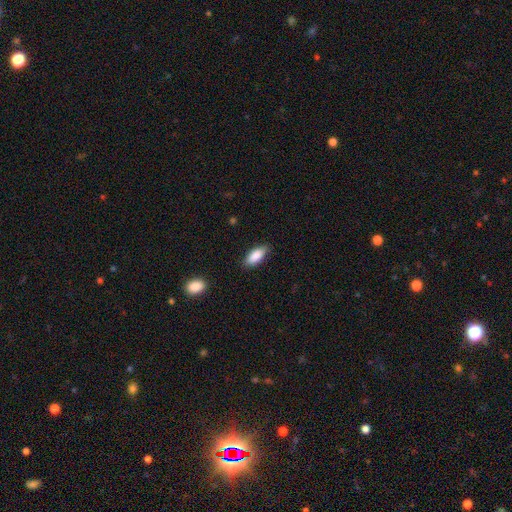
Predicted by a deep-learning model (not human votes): The model was most divided on "how rounded": in between: 82%, cigar-shaped: 16%, round: 2%. More confident: smooth or featured — smooth (87%); merging — none (83%).